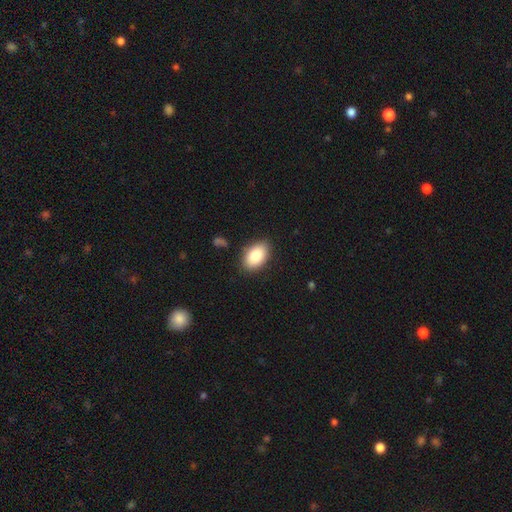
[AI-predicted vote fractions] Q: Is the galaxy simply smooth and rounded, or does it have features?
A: smooth — 88%.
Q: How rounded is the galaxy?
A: in between — 92%.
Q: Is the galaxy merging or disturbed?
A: none — 85%.